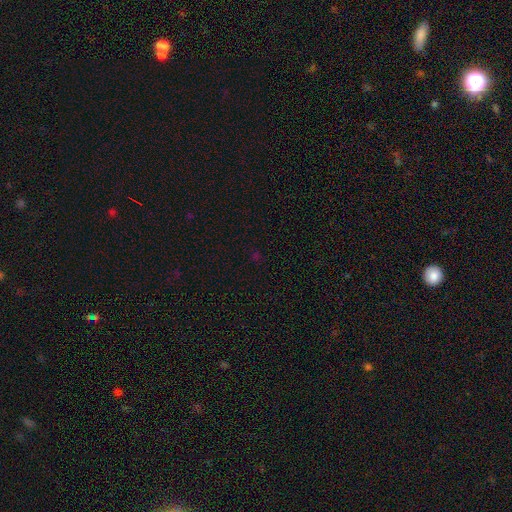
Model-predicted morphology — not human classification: Q: Smooth or featured?
A: star or artifact (61%); runner-up: smooth (33%)